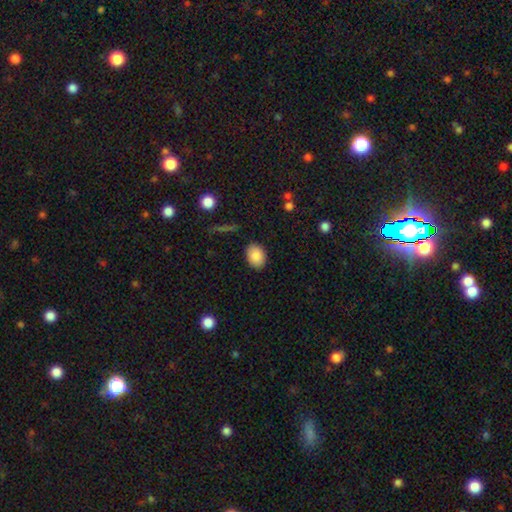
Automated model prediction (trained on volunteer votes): Smooth or featured?
  - smooth: 88% *
  - star or artifact: 8%
  - featured or disk: 5%
How rounded?
  - in between: 72% *
  - round: 27%
  - cigar-shaped: 1%
Merging?
  - none: 87% *
  - minor disturbance: 9%
  - major disturbance: 2%
  - merger: 1%